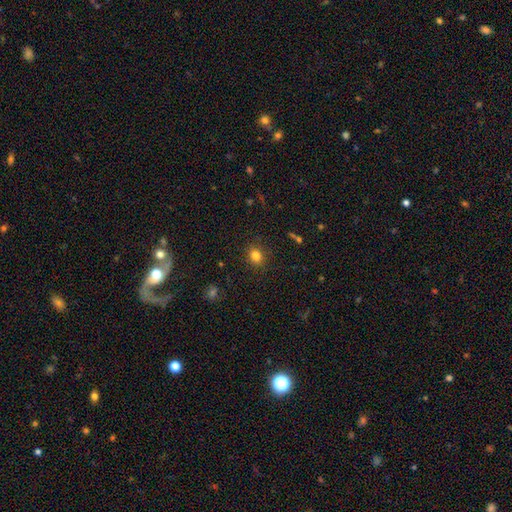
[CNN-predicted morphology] Smooth or featured? smooth (81%)
How rounded? round (67%)
Merging? none (87%)